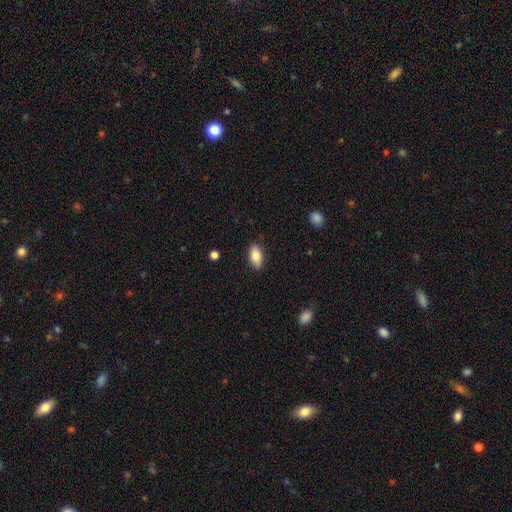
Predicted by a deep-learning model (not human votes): This appears to be a smooth galaxy with no disk features (85%) that is in between round and cigar-shaped (92%). Merging: none (86%).